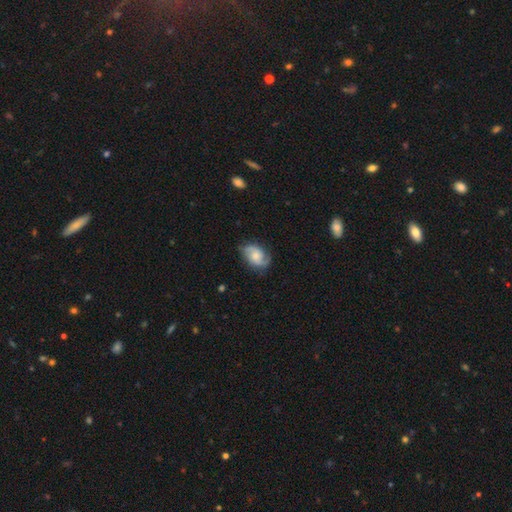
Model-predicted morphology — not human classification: This is likely a featured or disk galaxy (63%). It is clearly not viewed edge-on (97%). Bar: likely no (64%). Spiral arm pattern: clearly yes (93%). Spiral arm count: clearly 2 (83%). Spiral winding: marginally medium (45%). Central bulge: marginally moderate (44%). Merging: likely none (73%).